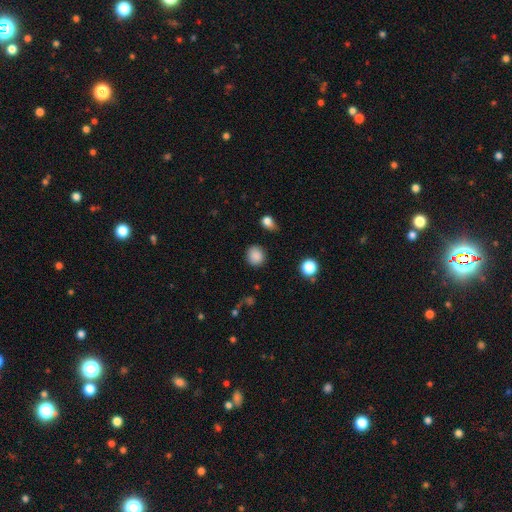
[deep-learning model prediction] Smooth or featured? Predicted: smooth (p=0.87). How rounded? Predicted: round (p=0.86). Merging? Predicted: none (p=0.86).